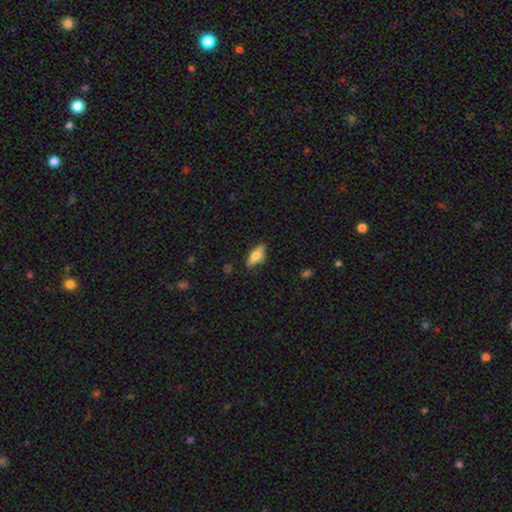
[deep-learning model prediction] Smooth or featured? smooth (59%)
How rounded? in between (68%)
Merging? none (76%)